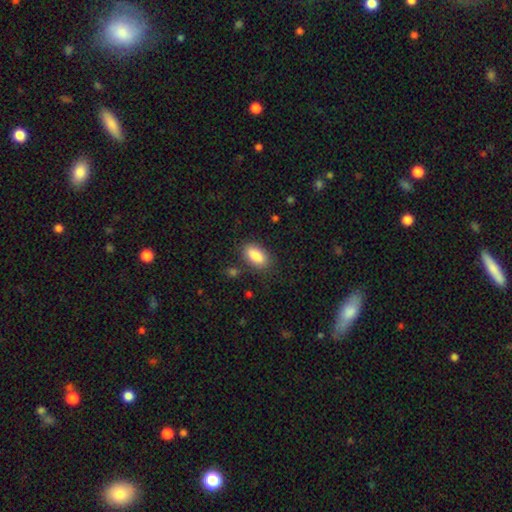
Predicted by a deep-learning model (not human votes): Overall: smooth (87%). How rounded: in between (91%). Merging: none (82%).